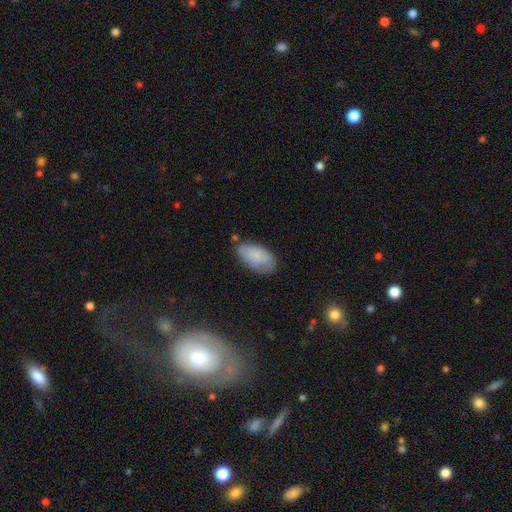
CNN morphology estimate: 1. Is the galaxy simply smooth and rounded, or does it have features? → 74% smooth, 19% featured or disk, 8% star or artifact.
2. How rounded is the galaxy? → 94% in between, 3% round, 3% cigar-shaped.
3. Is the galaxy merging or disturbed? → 65% none, 25% minor disturbance, 6% major disturbance, 4% merger.